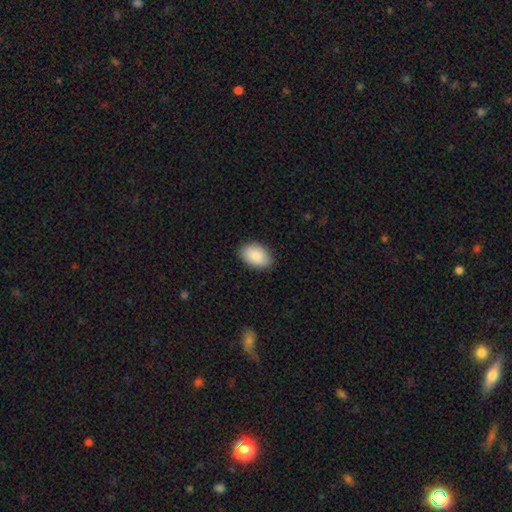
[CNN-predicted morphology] Q: Smooth or featured?
A: smooth (90%); runner-up: star or artifact (6%)
Q: How rounded?
A: in between (90%); runner-up: round (9%)
Q: Merging?
A: none (87%); runner-up: minor disturbance (10%)